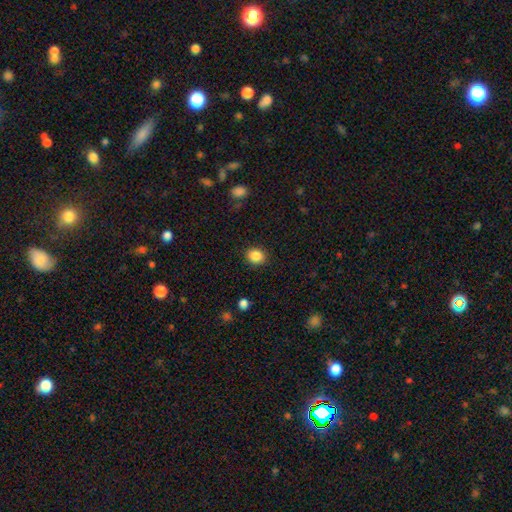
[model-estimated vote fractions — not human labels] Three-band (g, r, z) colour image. It shows a smooth galaxy with no disk features (87%) that is round (74%). Merging: none (90%).